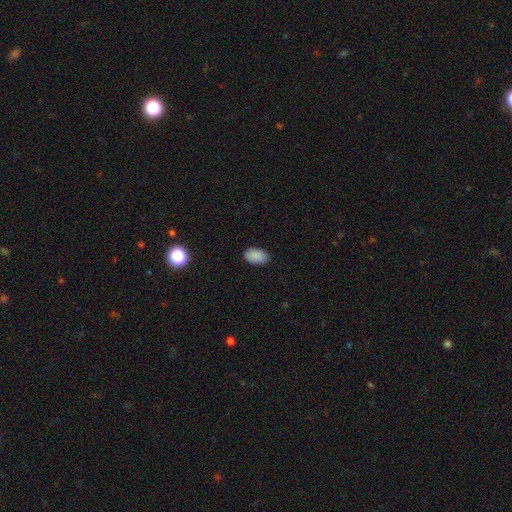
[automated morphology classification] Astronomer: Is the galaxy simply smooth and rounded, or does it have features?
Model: smooth — 89%.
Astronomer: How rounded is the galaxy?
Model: in between — 93%.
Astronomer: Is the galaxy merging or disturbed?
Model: none — 88%.